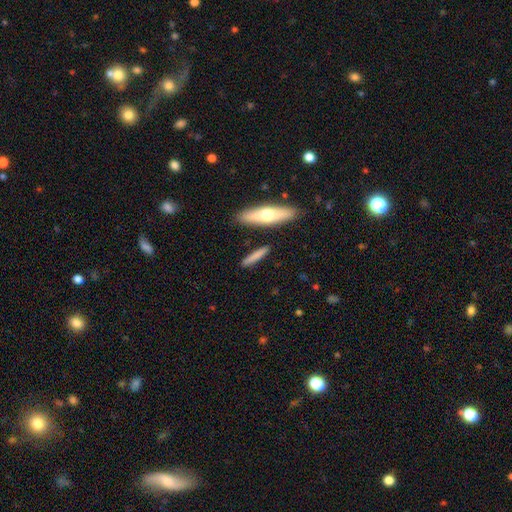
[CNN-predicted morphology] Smooth or featured?
  - smooth: 71% *
  - featured or disk: 23%
  - star or artifact: 6%
How rounded?
  - cigar-shaped: 86% *
  - in between: 12%
  - round: 2%
Merging?
  - none: 85% *
  - minor disturbance: 9%
  - merger: 4%
  - major disturbance: 2%